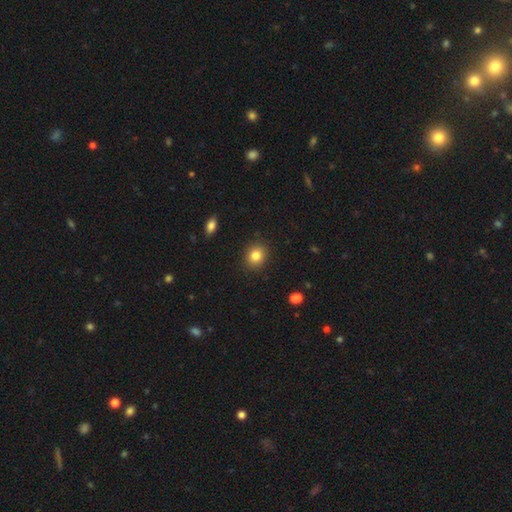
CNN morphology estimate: type=smooth (83%); roundness=round (71%); merging=none (90%).